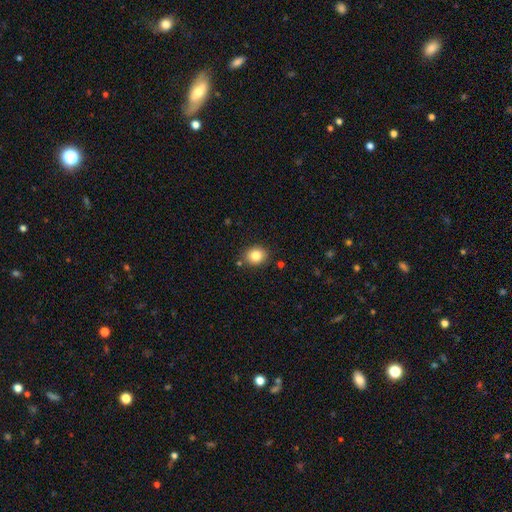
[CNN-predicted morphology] Smooth or featured? smooth (83%)
How rounded? round (63%)
Merging? none (85%)